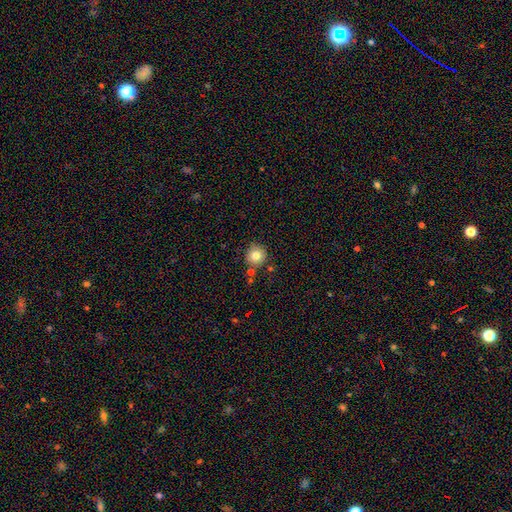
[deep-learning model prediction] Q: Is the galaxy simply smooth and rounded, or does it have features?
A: smooth — 81%.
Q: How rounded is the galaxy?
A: round — 93%.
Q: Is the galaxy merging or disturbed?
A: none — 80%.